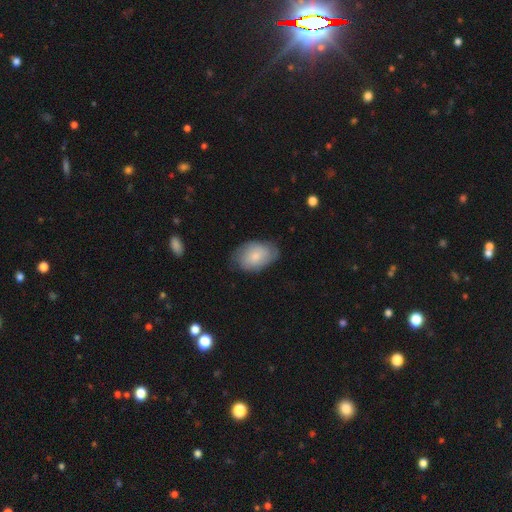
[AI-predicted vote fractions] smooth-or-featured: smooth: 64% | featured or disk: 30% | star or artifact: 6%
  how-rounded: in between: 86% | round: 13% | cigar-shaped: 1%
  merging: none: 67% | minor disturbance: 25% | major disturbance: 6% | merger: 1%